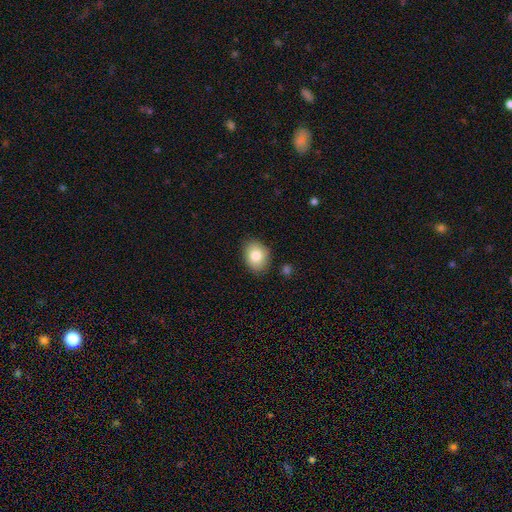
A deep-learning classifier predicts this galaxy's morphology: A smooth galaxy with no disk features (83%) that is in between round and cigar-shaped (59%). Merging: none (84%).